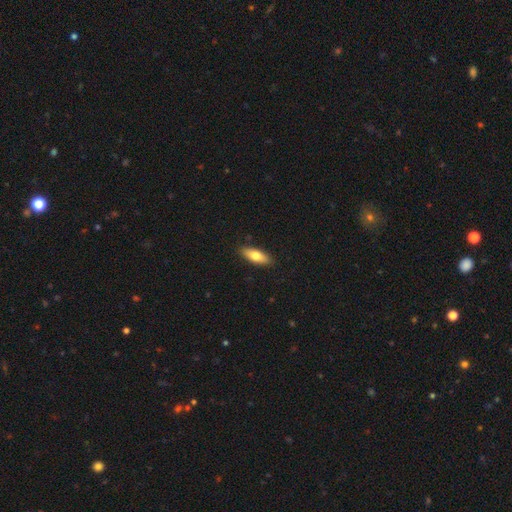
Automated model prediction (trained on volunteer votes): Morphology: type=smooth (72%); roundness=in between (68%); merging=none (89%).